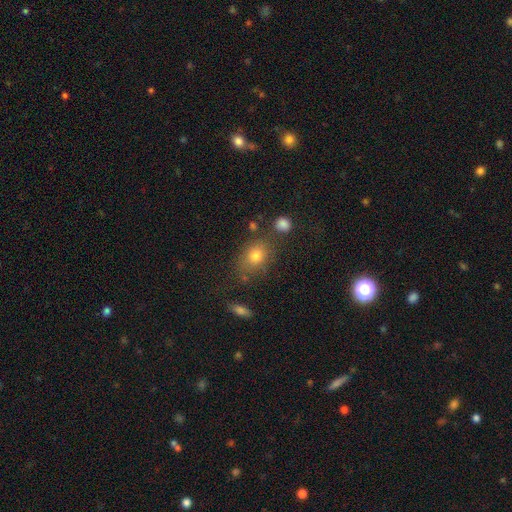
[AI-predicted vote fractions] smooth 77%, star or artifact 12%, featured or disk 11%. Down the decision tree: how rounded — in between (60%); merging — none (69%).